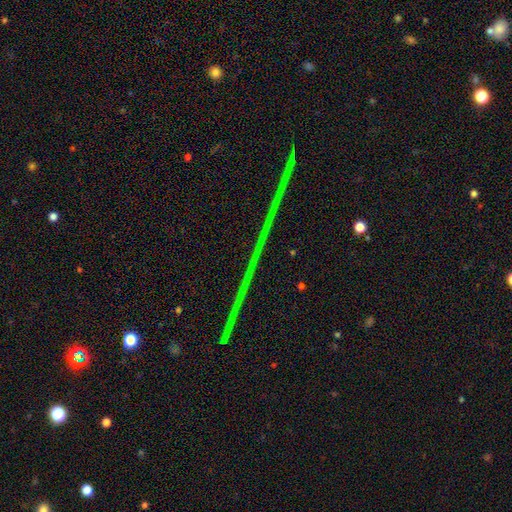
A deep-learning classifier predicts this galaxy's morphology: smooth_or_featured: star or artifact (p=0.79) [alt: featured or disk p=0.13]